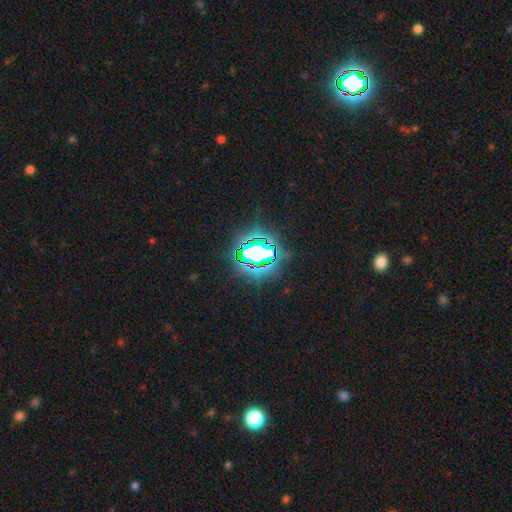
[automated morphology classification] This is likely a star or artifact rather than a galaxy (77%).